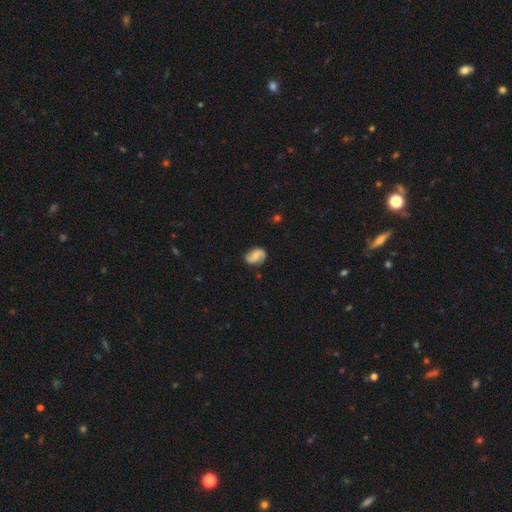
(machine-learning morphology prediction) Smooth or featured: featured or disk — 70% (smooth — 23%)
Edge-on disk: no — 98% (yes — 2%)
Bar: no — 46% (weak — 42%)
Spiral arms: yes — 94% (no — 6%)
Spiral winding: medium — 42% (loose — 38%)
Spiral arm count: 2 — 90% (can't tell — 4%)
Bulge size: moderate — 38% (small — 36%)
Merging: none — 78% (minor disturbance — 16%)